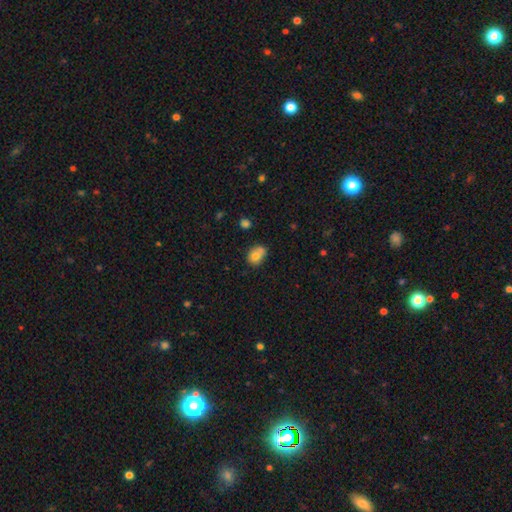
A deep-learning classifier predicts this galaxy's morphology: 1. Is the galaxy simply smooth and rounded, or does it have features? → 74% smooth, 16% featured or disk, 10% star or artifact.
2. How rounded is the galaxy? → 52% round, 47% in between, 1% cigar-shaped.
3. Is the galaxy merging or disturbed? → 42% none, 32% merger, 20% minor disturbance, 6% major disturbance.